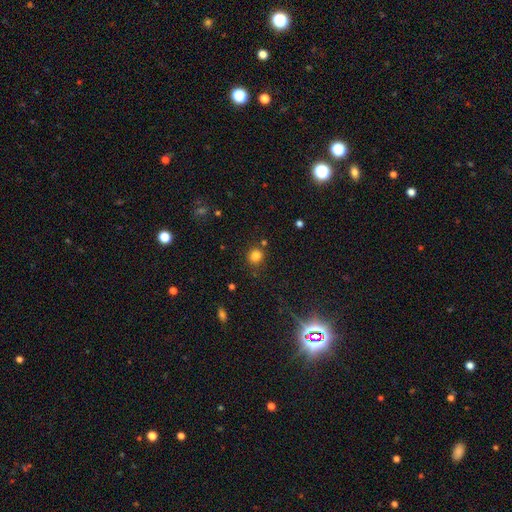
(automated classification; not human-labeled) Morphology: type=smooth (80%); roundness=round (86%); merging=none (80%).